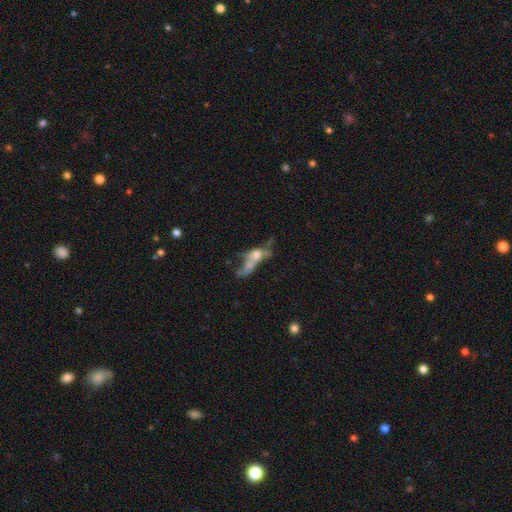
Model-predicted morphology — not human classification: smooth_or_featured: featured or disk (p=0.49) [alt: smooth p=0.34]
merging: merger (p=0.34) [alt: major disturbance p=0.30]